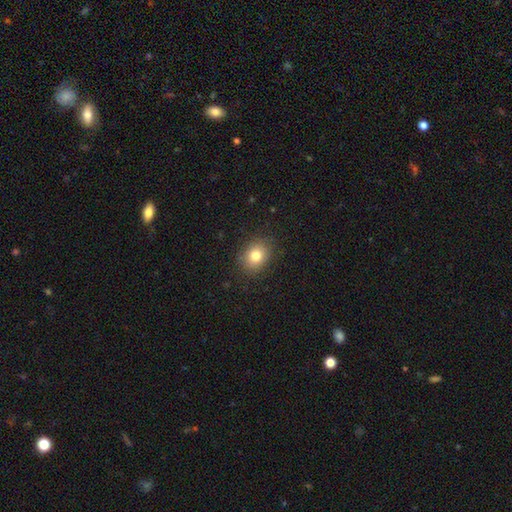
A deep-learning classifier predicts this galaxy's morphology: Overall: smooth (81%). How rounded: in between (52%; round 47%). Merging: none (86%).